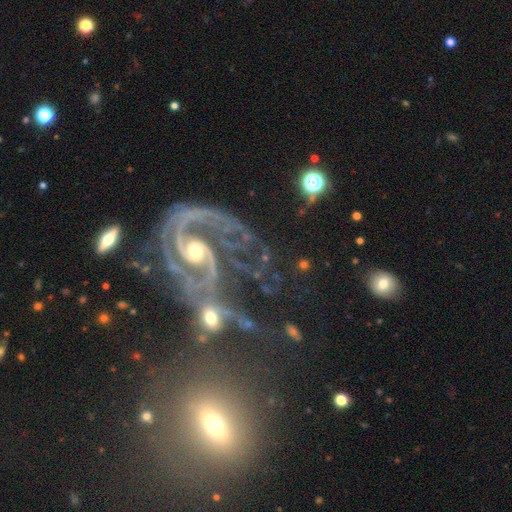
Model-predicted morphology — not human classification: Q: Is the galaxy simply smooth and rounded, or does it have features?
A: featured or disk — 85%.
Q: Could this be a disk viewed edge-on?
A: no — 97%.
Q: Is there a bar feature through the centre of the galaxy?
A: no — 51%.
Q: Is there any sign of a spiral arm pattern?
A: yes — 94%.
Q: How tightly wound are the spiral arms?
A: medium — 49%.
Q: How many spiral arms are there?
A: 2 — 58%.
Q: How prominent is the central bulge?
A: moderate — 51%.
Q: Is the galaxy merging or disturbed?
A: none — 36%.